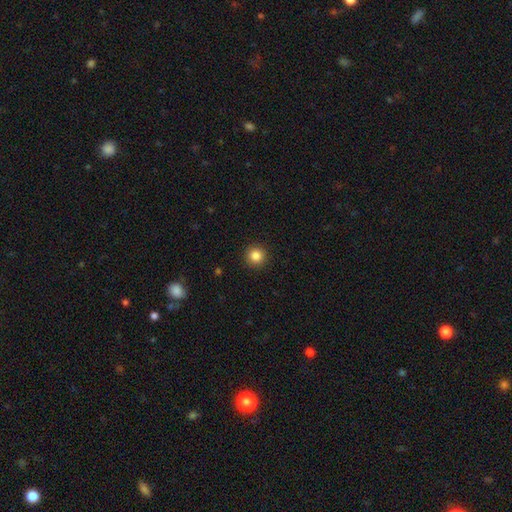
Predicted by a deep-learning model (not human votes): This appears to be a smooth galaxy with no disk features (85%) that is round (95%). Merging: none (92%).